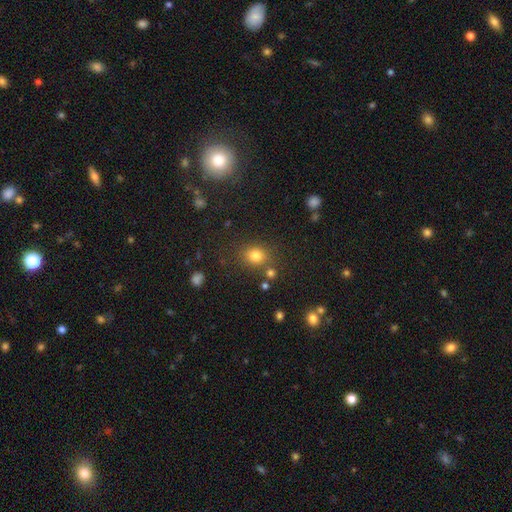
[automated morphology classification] smooth-or-featured: smooth: 79% | star or artifact: 14% | featured or disk: 7%
  how-rounded: round: 67% | in between: 32% | cigar-shaped: 1%
  merging: none: 76% | minor disturbance: 12% | merger: 8% | major disturbance: 5%